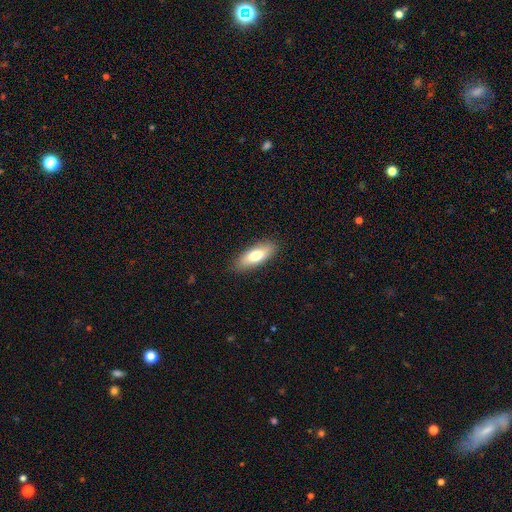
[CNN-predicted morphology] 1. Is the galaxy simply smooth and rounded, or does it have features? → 72% smooth, 21% featured or disk, 6% star or artifact.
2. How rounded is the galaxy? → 68% in between, 30% cigar-shaped, 2% round.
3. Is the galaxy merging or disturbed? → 87% none, 10% minor disturbance, 2% major disturbance, 1% merger.